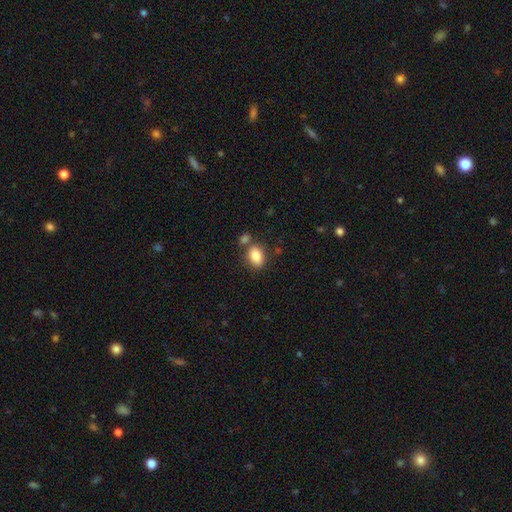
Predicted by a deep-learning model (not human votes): A smooth galaxy with no disk features (85%) that is in between round and cigar-shaped (85%). Merging: none (64%).